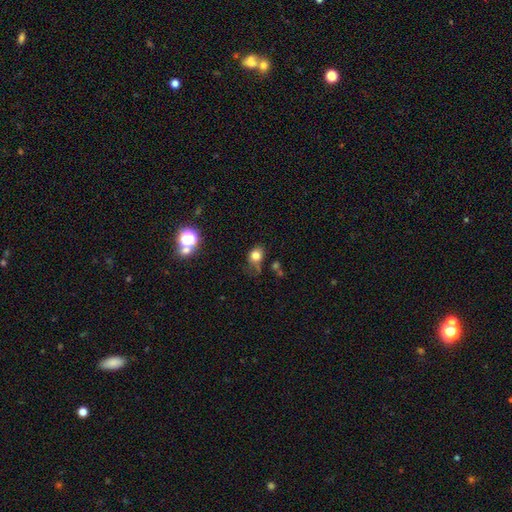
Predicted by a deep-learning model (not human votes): Smooth or featured? Predicted: smooth (p=0.77). How rounded? Predicted: round (p=0.56). Merging? Predicted: none (p=0.47).